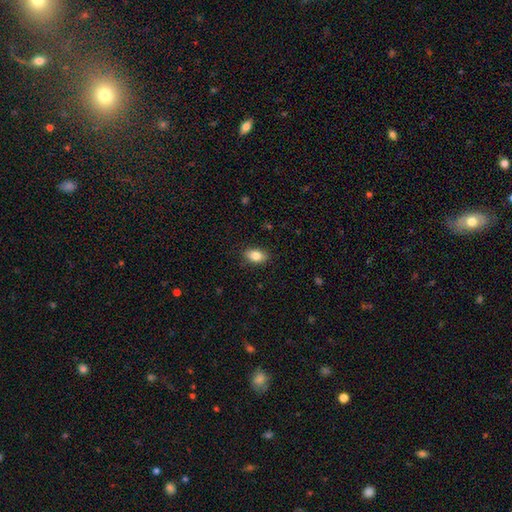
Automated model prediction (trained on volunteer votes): smooth_or_featured: smooth (p=0.85) [alt: star or artifact p=0.08]
how_rounded: in between (p=0.87) [alt: round p=0.11]
merging: none (p=0.88) [alt: minor disturbance p=0.09]